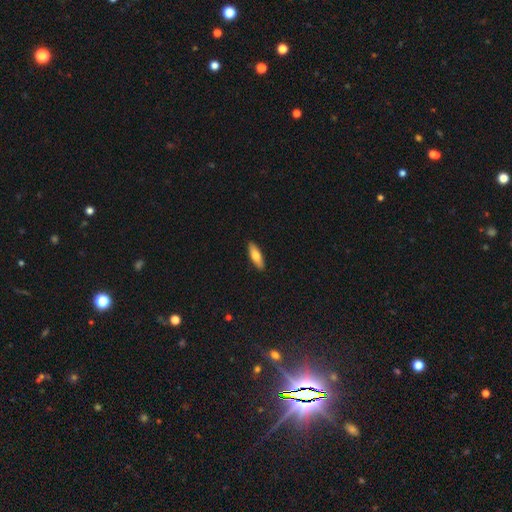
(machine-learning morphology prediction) Smooth or featured?
  - smooth: 69% *
  - featured or disk: 25%
  - star or artifact: 6%
How rounded?
  - cigar-shaped: 51% *
  - in between: 47%
  - round: 2%
Merging?
  - none: 90% *
  - minor disturbance: 7%
  - major disturbance: 1%
  - merger: 1%